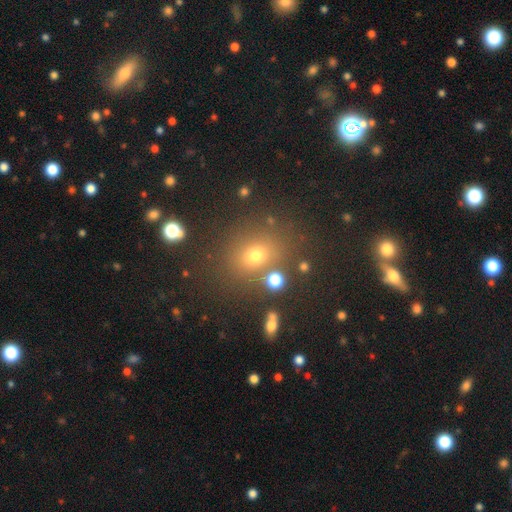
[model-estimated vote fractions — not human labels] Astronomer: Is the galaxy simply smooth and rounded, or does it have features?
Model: smooth — 66%.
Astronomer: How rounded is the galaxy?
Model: round — 59% (runner-up: in between, 40%).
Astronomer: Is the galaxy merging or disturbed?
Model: none — 78%.